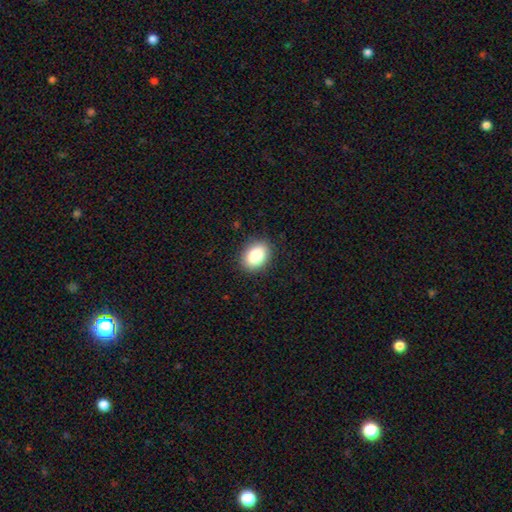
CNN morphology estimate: Smooth or featured: smooth — 83% (star or artifact — 9%)
How rounded: in between — 71% (round — 28%)
Merging: none — 88% (minor disturbance — 8%)